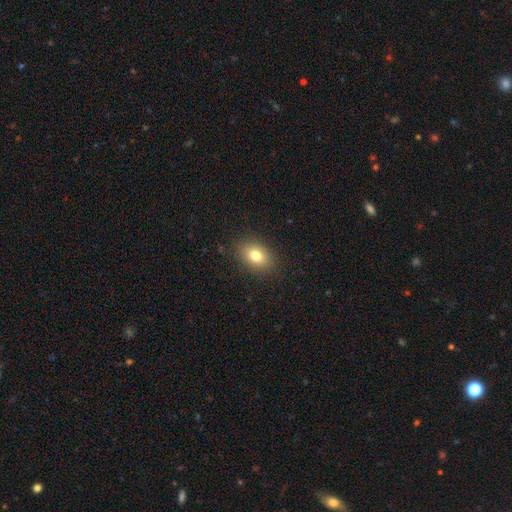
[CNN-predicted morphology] This appears to be a smooth galaxy with no disk features (79%) that is in between round and cigar-shaped (76%). Merging: none (87%).